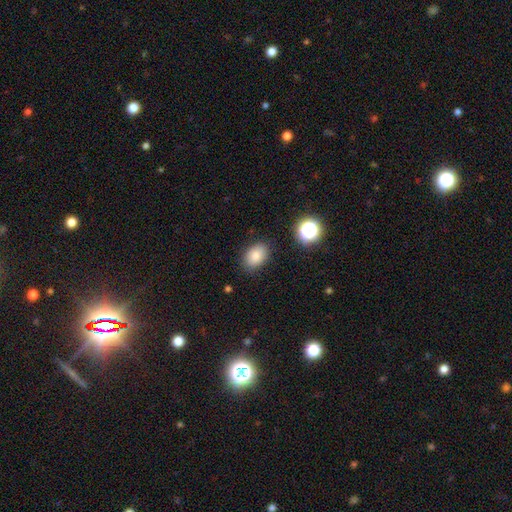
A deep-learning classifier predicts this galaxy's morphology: Smooth or featured? Predicted: smooth (p=0.83). How rounded? Predicted: in between (p=0.81). Merging? Predicted: none (p=0.84).